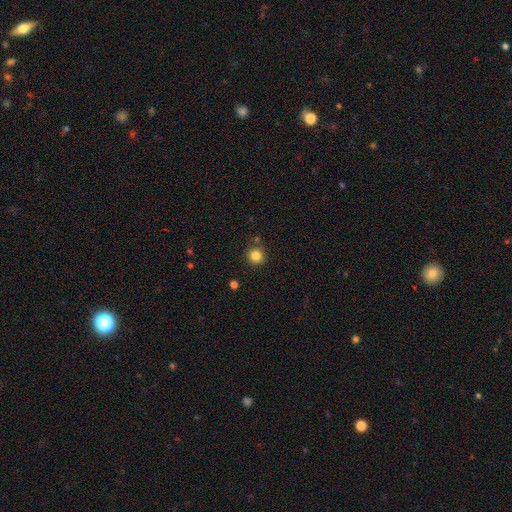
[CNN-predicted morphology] This is clearly a smooth galaxy (83%). How rounded: clearly round (94%). Merging: clearly none (85%).